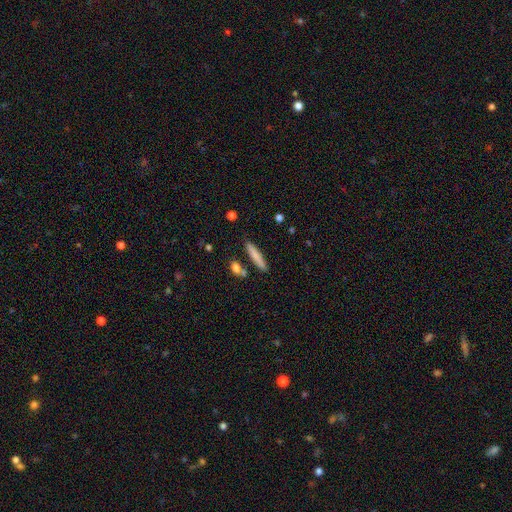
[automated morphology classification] Smooth or featured?
  - smooth: 77% *
  - featured or disk: 16%
  - star or artifact: 6%
How rounded?
  - cigar-shaped: 88% *
  - in between: 10%
  - round: 2%
Merging?
  - none: 82% *
  - minor disturbance: 10%
  - merger: 6%
  - major disturbance: 2%